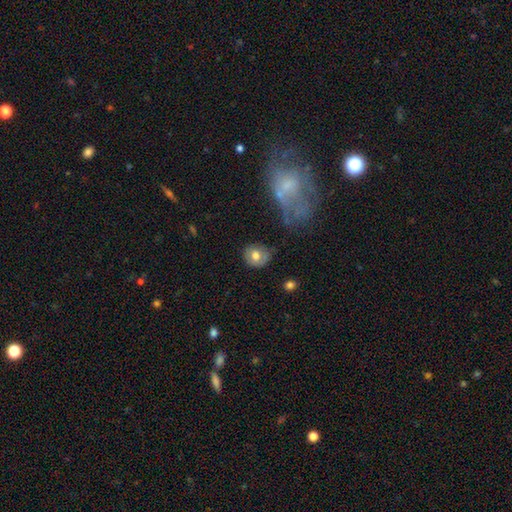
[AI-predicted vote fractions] Morphology: type=smooth (71%); roundness=round (78%); merging=none (74%).